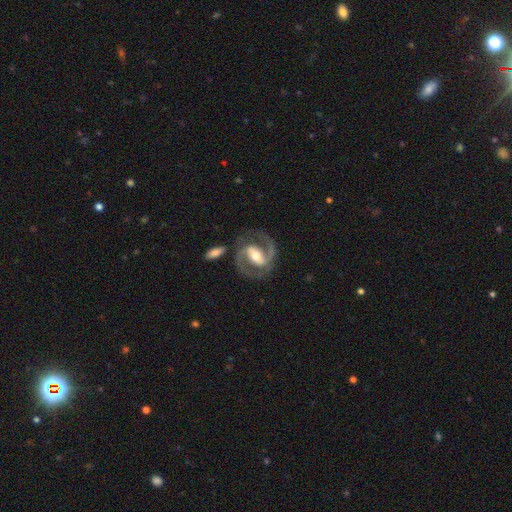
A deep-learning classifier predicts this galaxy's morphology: The model was most divided on "bar": strong: 55%, weak: 32%, no: 12%. More confident: edge-on disk — no (97%); spiral arms — yes (97%); spiral arm count — 2 (93%); smooth or featured — featured or disk (91%); merging — none (79%); bulge size — moderate (67%); spiral winding — medium (61%).